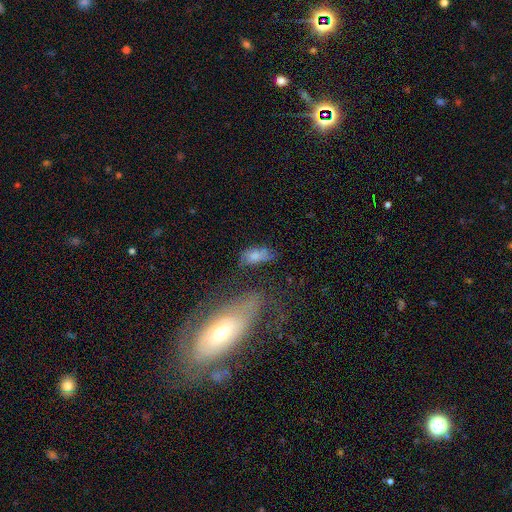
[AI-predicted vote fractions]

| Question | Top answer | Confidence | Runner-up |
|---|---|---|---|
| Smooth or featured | smooth | 63% | featured or disk (26%) |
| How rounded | in between | 87% | cigar-shaped (7%) |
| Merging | none | 43% | minor disturbance (28%) |